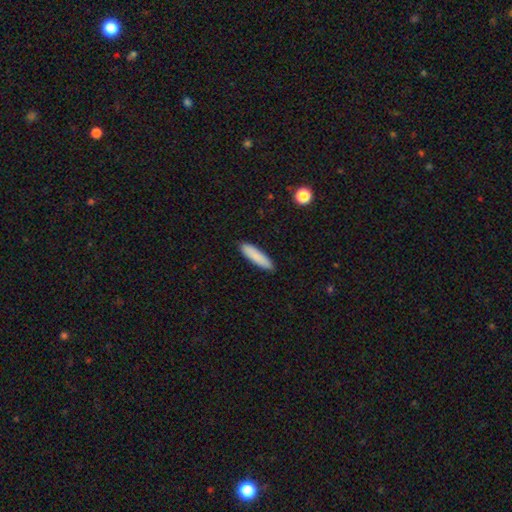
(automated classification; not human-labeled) This appears to be a smooth galaxy with no disk features (87%) that is cigar-shaped (77%). Merging: none (89%).